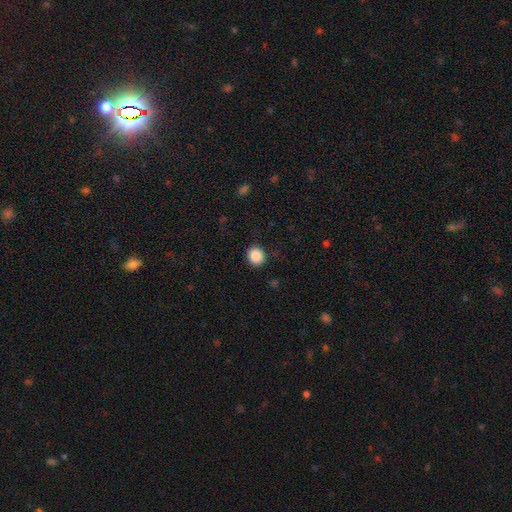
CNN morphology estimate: type=smooth (88%); roundness=round (81%); merging=none (90%).